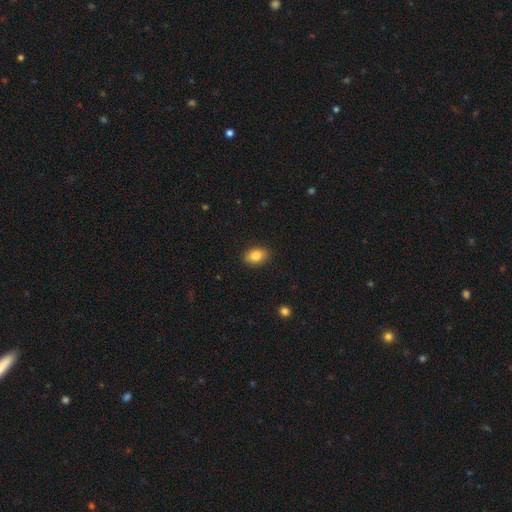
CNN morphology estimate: This appears to be a smooth galaxy with no disk features (84%) that is in between round and cigar-shaped (78%). Merging: none (88%).